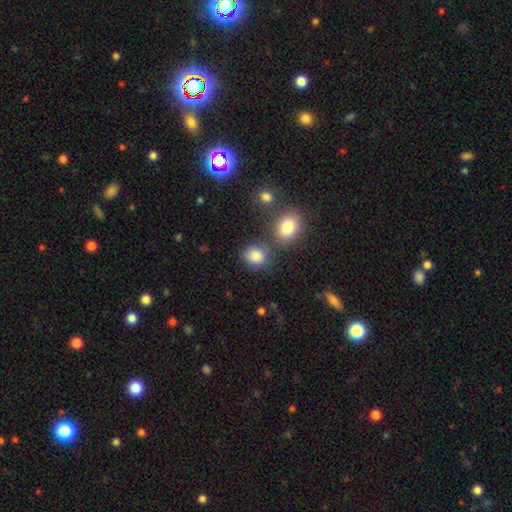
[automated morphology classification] smooth 84%, star or artifact 10%, featured or disk 5%. Down the decision tree: how rounded — round (62%); merging — none (63%).